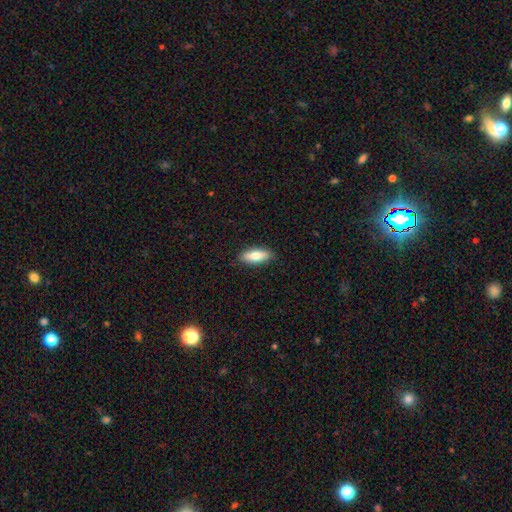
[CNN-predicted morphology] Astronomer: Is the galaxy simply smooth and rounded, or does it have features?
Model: smooth — 77%.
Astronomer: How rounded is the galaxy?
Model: in between — 73%.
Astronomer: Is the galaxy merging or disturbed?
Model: none — 88%.